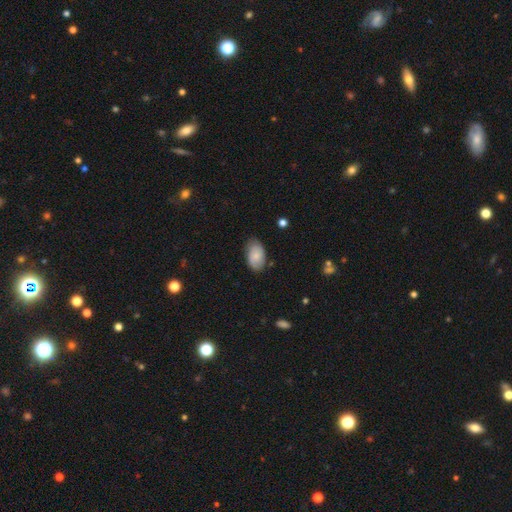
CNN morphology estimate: smooth-or-featured: smooth: 81% | featured or disk: 12% | star or artifact: 7%
  how-rounded: in between: 94% | round: 5% | cigar-shaped: 1%
  merging: none: 76% | minor disturbance: 19% | major disturbance: 3% | merger: 1%